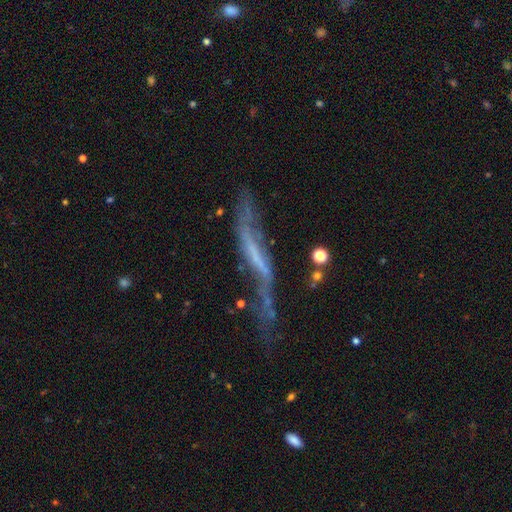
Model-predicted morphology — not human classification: featured or disk 67%, smooth 21%, star or artifact 11%. Down the decision tree: edge-on disk — no (50%, tied with yes); merging — major disturbance (36%).